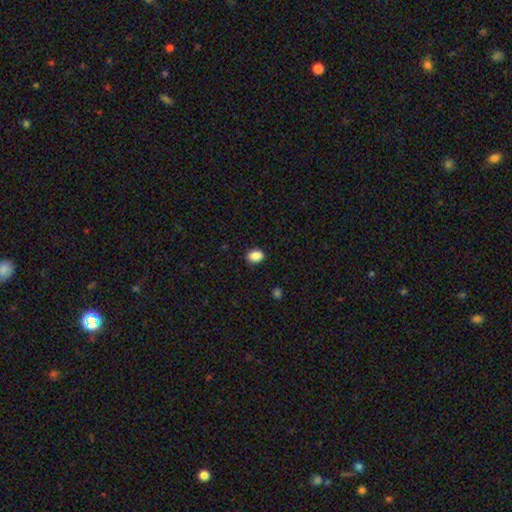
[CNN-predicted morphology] This is clearly a smooth galaxy (89%). How rounded: likely in between (74%). Merging: clearly none (87%).